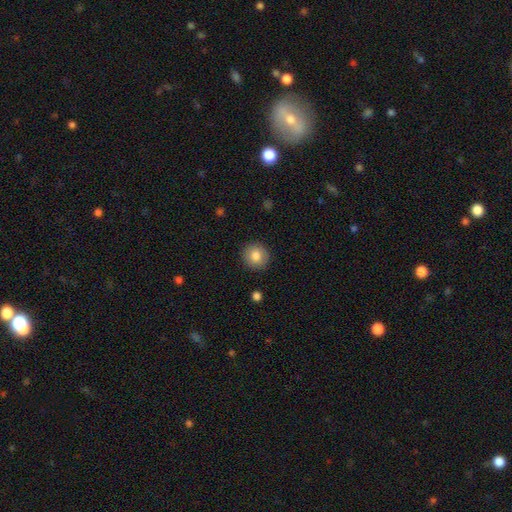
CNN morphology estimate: The model was most divided on "smooth or featured": smooth: 83%, featured or disk: 9%, star or artifact: 8%. More confident: how rounded — round (92%); merging — none (91%).